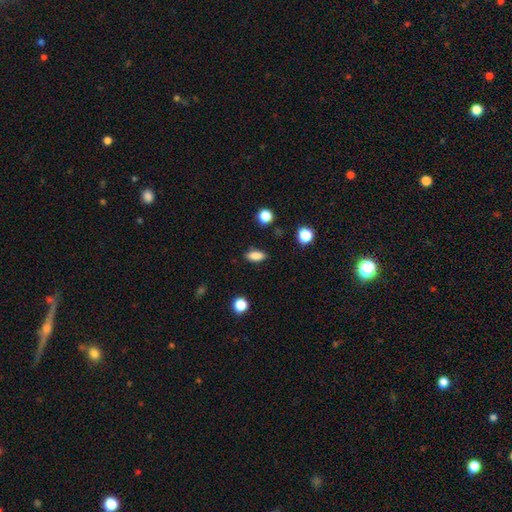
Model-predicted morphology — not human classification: Overall: smooth (85%). How rounded: in between (76%). Merging: none (86%).